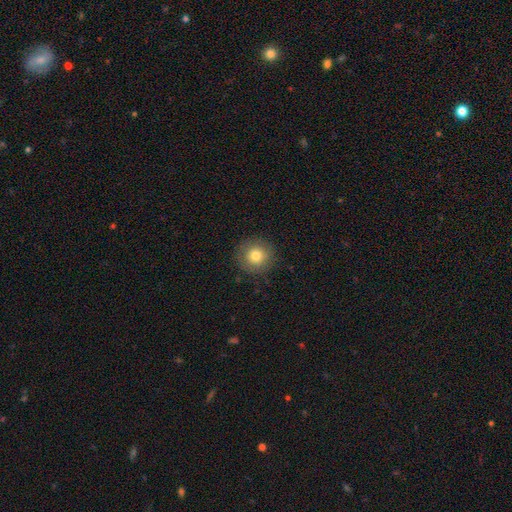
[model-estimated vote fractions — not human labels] smooth 79%, featured or disk 10%, star or artifact 10%. Down the decision tree: how rounded — round (94%); merging — none (89%).